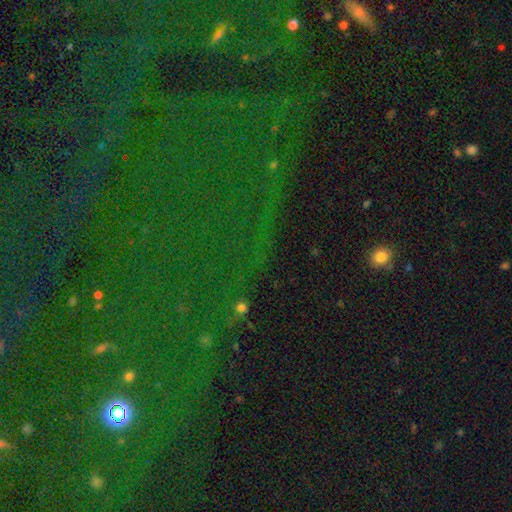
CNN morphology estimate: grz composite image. It shows a star or artifact, not a galaxy (80%).